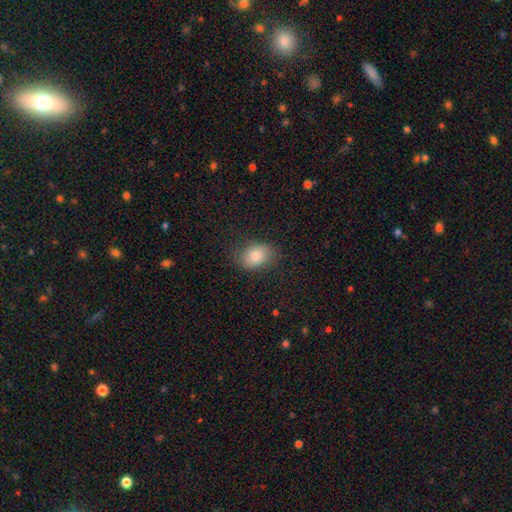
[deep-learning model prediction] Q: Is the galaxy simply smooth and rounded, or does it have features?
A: smooth — 82%.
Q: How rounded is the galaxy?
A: in between — 76%.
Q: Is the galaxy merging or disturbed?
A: none — 81%.